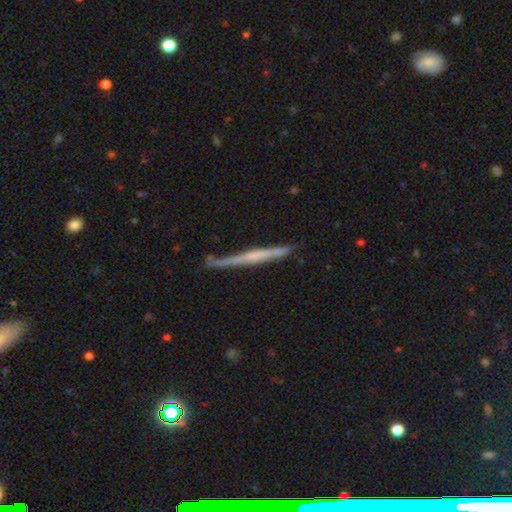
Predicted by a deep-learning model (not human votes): Smooth or featured?
  - featured or disk: 65% *
  - smooth: 29%
  - star or artifact: 6%
Edge-on disk?
  - yes: 97% *
  - no: 3%
Edge-on bulge?
  - none: 59% *
  - rounded: 26%
  - boxy: 15%
Merging?
  - none: 78% *
  - minor disturbance: 17%
  - major disturbance: 3%
  - merger: 2%